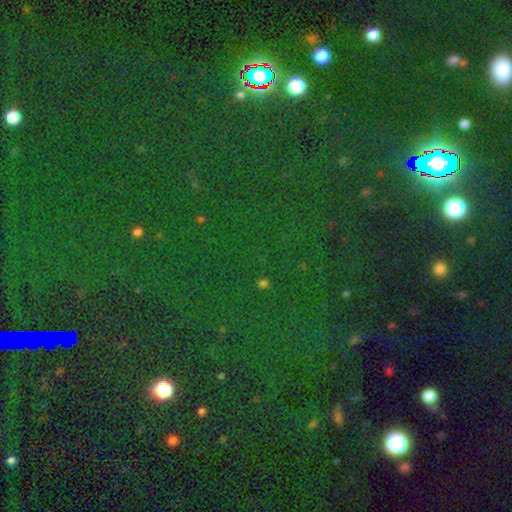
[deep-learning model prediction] Q: Smooth or featured?
A: star or artifact (79%); runner-up: smooth (14%)